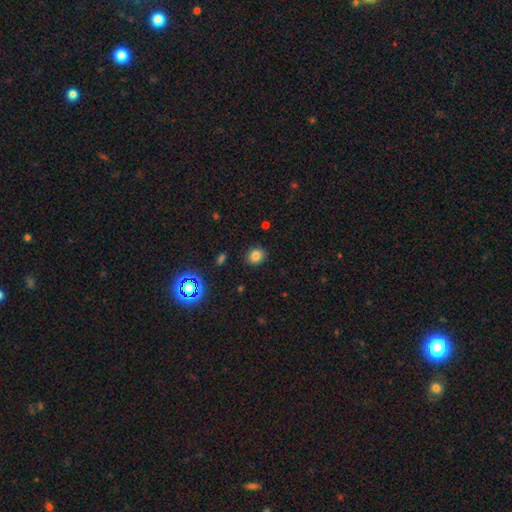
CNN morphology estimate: Overall: smooth (79%). How rounded: round (74%). Merging: none (88%).